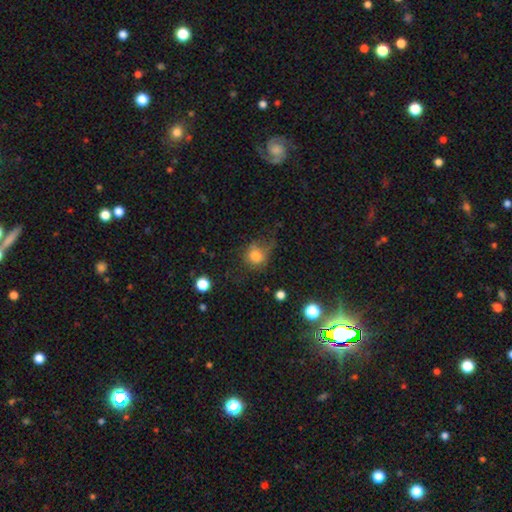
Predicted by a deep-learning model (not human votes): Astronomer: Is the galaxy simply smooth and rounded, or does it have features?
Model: smooth — 76%.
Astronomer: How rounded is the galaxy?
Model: round — 75%.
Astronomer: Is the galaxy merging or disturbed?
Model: none — 46% (runner-up: minor disturbance, 28%).